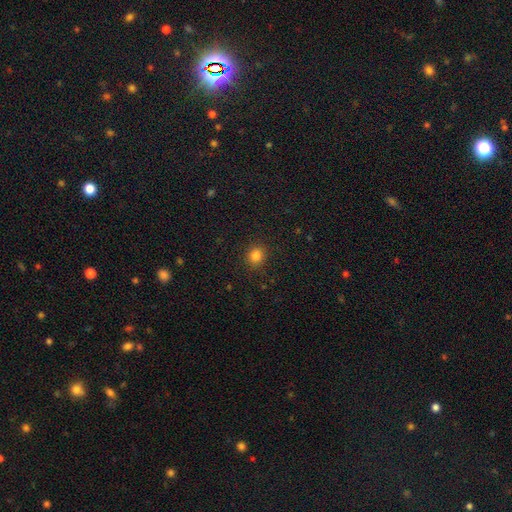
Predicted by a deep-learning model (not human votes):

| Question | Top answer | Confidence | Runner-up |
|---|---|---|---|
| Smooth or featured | smooth | 84% | star or artifact (12%) |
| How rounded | round | 78% | in between (21%) |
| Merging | none | 89% | minor disturbance (7%) |